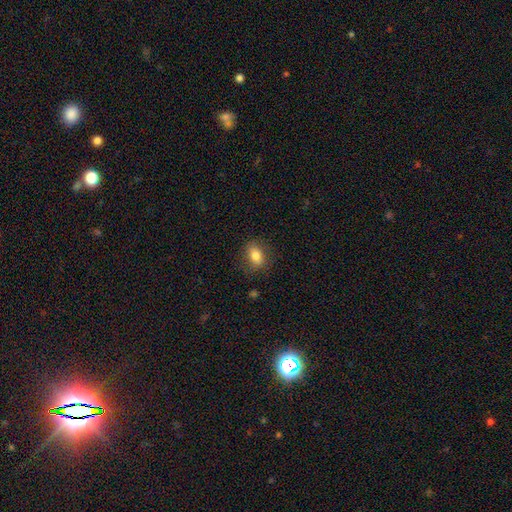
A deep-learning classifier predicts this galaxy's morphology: Overall: smooth (79%). How rounded: in between (72%). Merging: none (81%).